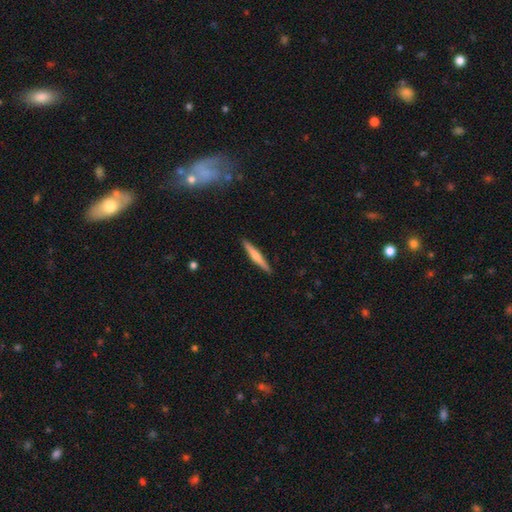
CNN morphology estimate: Smooth or featured? smooth (56%)
How rounded? cigar-shaped (94%)
Merging? none (91%)